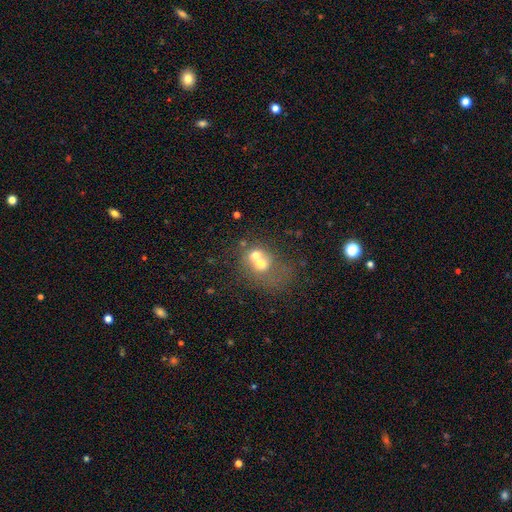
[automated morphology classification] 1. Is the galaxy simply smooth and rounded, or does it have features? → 58% smooth, 29% featured or disk, 13% star or artifact.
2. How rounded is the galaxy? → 65% round, 34% in between, 1% cigar-shaped.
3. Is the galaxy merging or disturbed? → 68% merger, 20% none, 6% minor disturbance, 6% major disturbance.